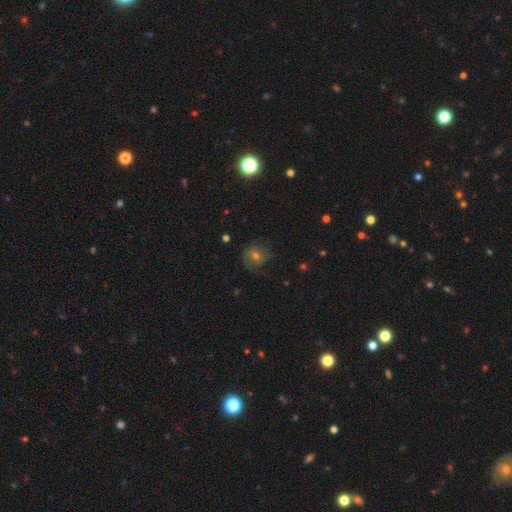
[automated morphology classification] The model was most divided on "smooth or featured": smooth: 47%, featured or disk: 28%, star or artifact: 24%. More confident: merging — none (76%).